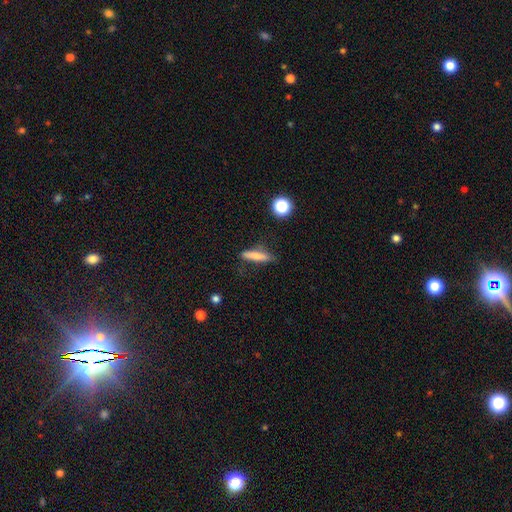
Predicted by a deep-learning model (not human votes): Smooth or featured: smooth — 75% (featured or disk — 17%)
How rounded: cigar-shaped — 83% (in between — 15%)
Merging: none — 76% (minor disturbance — 17%)